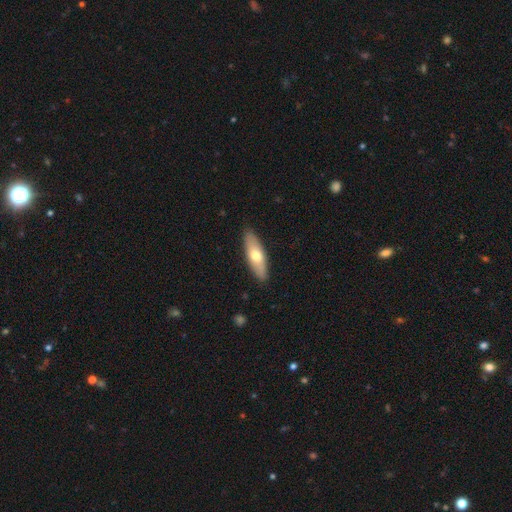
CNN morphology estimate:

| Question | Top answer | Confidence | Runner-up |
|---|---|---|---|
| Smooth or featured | smooth | 62% | featured or disk (33%) |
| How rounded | in between | 53% | cigar-shaped (45%) |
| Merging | none | 88% | minor disturbance (9%) |